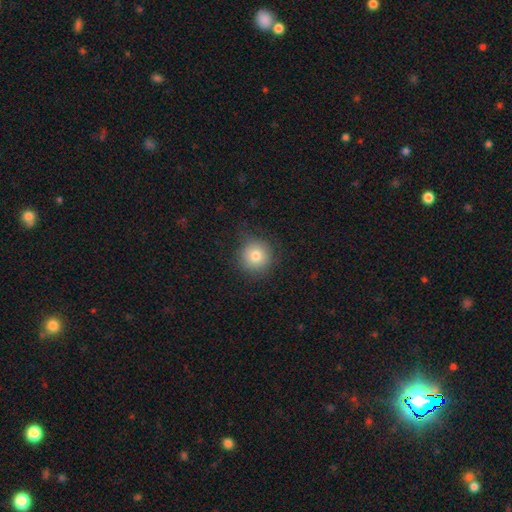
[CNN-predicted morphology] type=smooth (78%); roundness=round (94%); merging=none (86%).